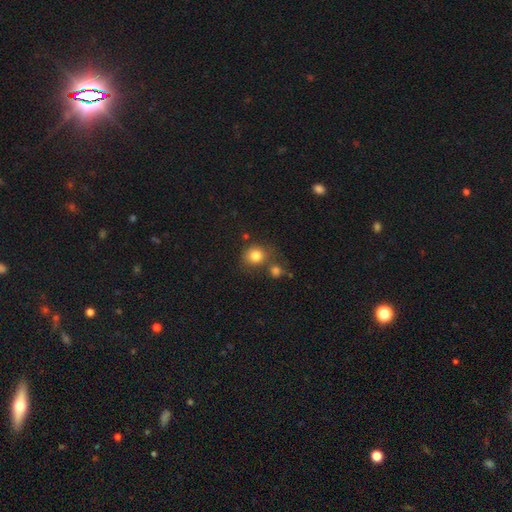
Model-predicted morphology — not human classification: Q: Smooth or featured?
A: smooth (82%); runner-up: star or artifact (11%)
Q: How rounded?
A: round (80%); runner-up: in between (19%)
Q: Merging?
A: none (60%); runner-up: merger (21%)